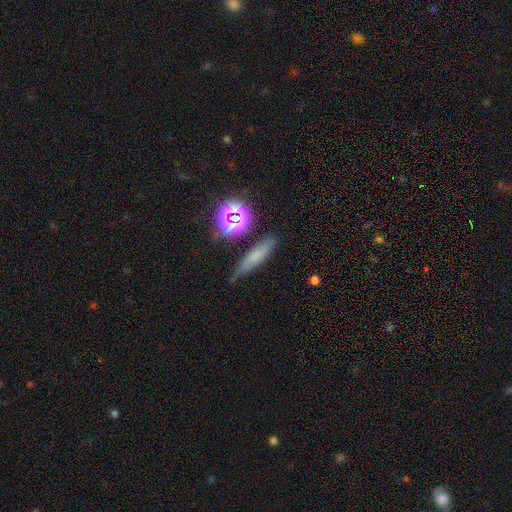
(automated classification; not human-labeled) The model was most divided on "smooth or featured": smooth: 62%, featured or disk: 21%, star or artifact: 17%. More confident: how rounded — cigar-shaped (78%); merging — none (75%).